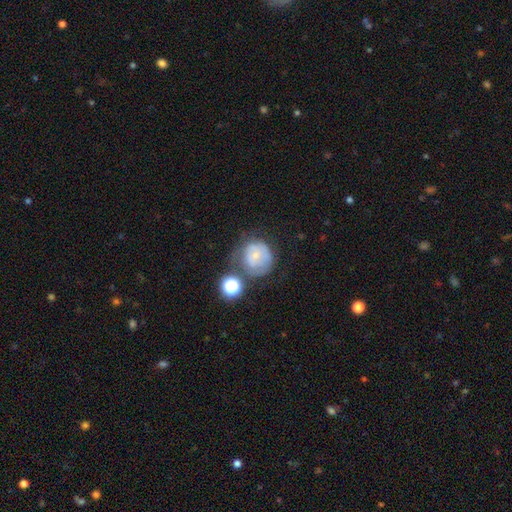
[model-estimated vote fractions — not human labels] Smooth or featured?
  - smooth: 54% *
  - featured or disk: 34%
  - star or artifact: 12%
How rounded?
  - round: 85% *
  - in between: 14%
  - cigar-shaped: 1%
Merging?
  - none: 40% *
  - minor disturbance: 26%
  - major disturbance: 20%
  - merger: 14%